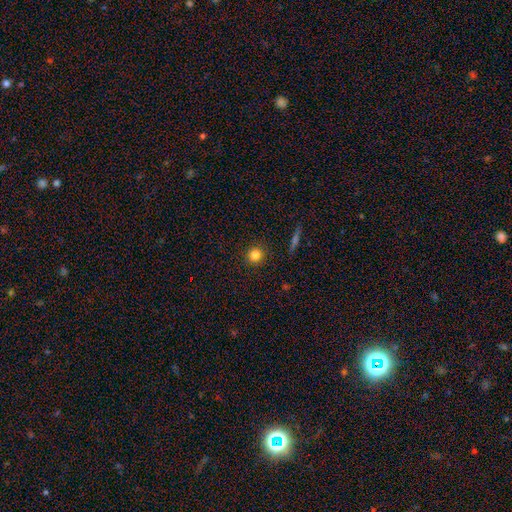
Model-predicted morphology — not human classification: A smooth galaxy with no disk features (82%) that is round (92%).

Vote fractions:
- Smooth or featured? smooth: 82% / star or artifact: 12% / featured or disk: 6%
- How rounded? round: 92% / in between: 7% / cigar-shaped: 1%
- Merging? none: 91% / minor disturbance: 6% / major disturbance: 2% / merger: 1%